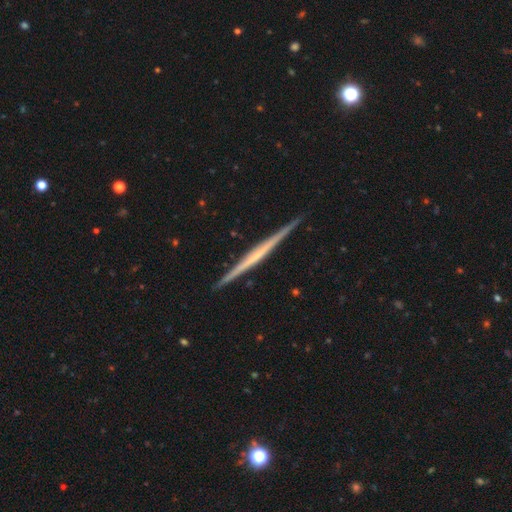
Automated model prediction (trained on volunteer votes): Overall: featured or disk (74%). Edge-on disk: yes (98%). Edge-on bulge: none (75%). Merging: none (91%).